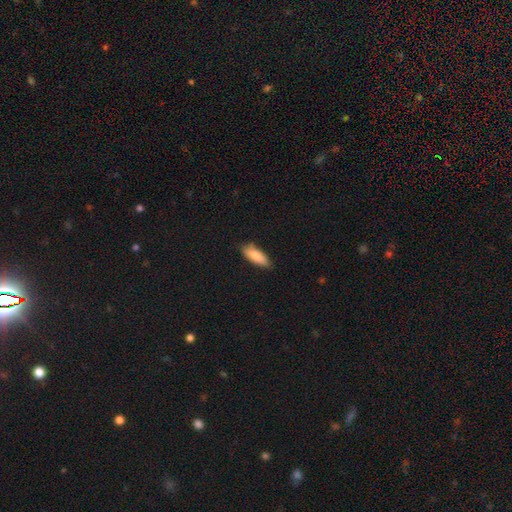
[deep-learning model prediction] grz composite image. It shows a smooth galaxy with no disk features (84%) that is in between round and cigar-shaped (64%). Merging: none (79%).